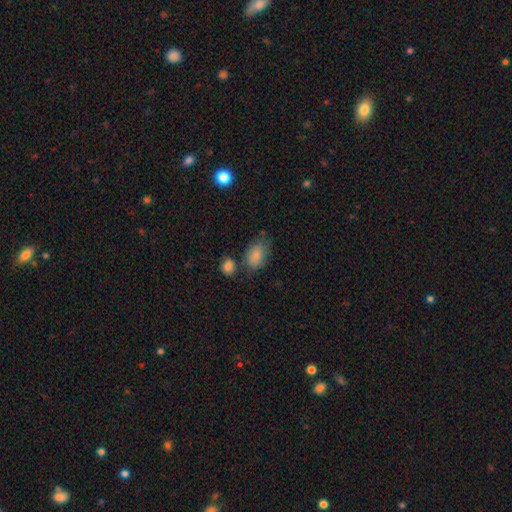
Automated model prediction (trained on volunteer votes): Smooth or featured: smooth — 84% (featured or disk — 8%)
How rounded: in between — 87% (round — 12%)
Merging: none — 57% (minor disturbance — 24%)